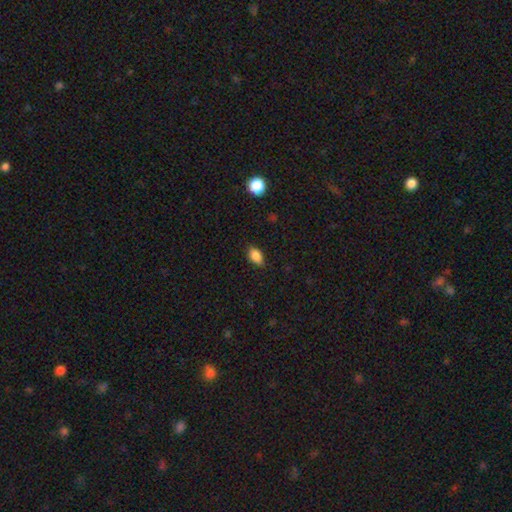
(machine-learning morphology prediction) Smooth or featured?
  - smooth: 85% *
  - star or artifact: 9%
  - featured or disk: 6%
How rounded?
  - in between: 87% *
  - round: 10%
  - cigar-shaped: 3%
Merging?
  - none: 81% *
  - minor disturbance: 15%
  - major disturbance: 3%
  - merger: 1%